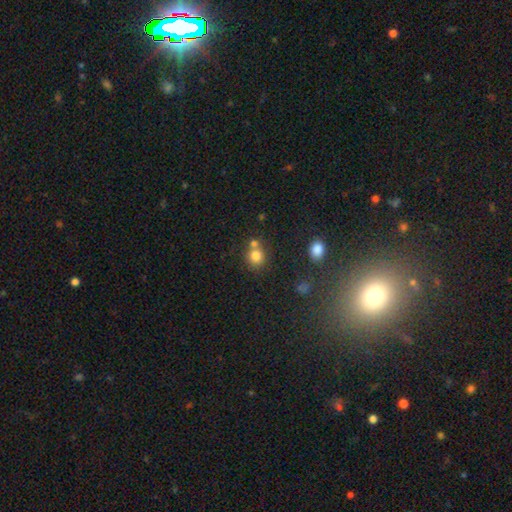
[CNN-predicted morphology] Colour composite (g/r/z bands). It shows a smooth galaxy with no disk features (79%) that is round (84%). Merging: none (57%).